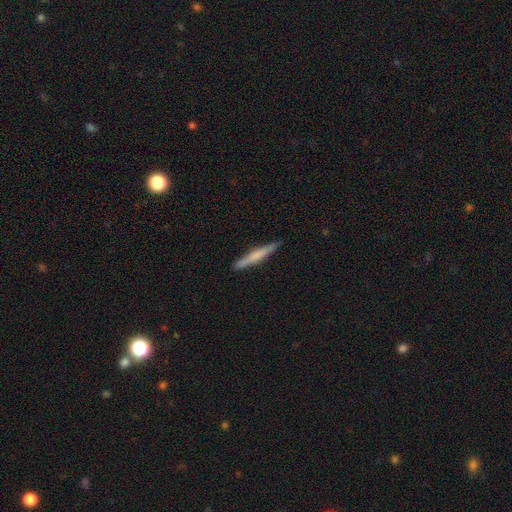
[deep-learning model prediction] Smooth or featured: smooth — 54% (featured or disk — 41%)
How rounded: cigar-shaped — 95% (in between — 4%)
Merging: none — 90% (minor disturbance — 7%)